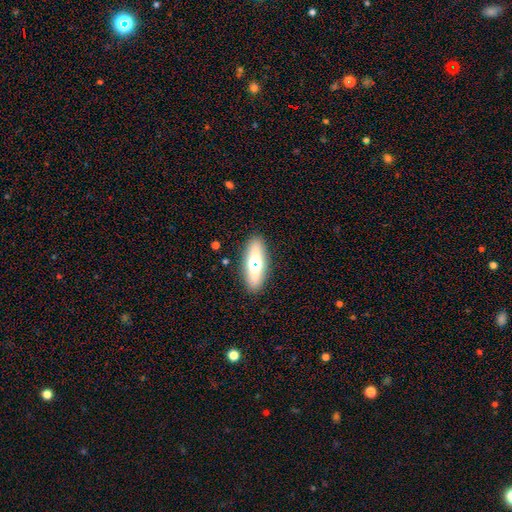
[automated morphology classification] type=smooth (62%); roundness=in between (58%); merging=none (87%).